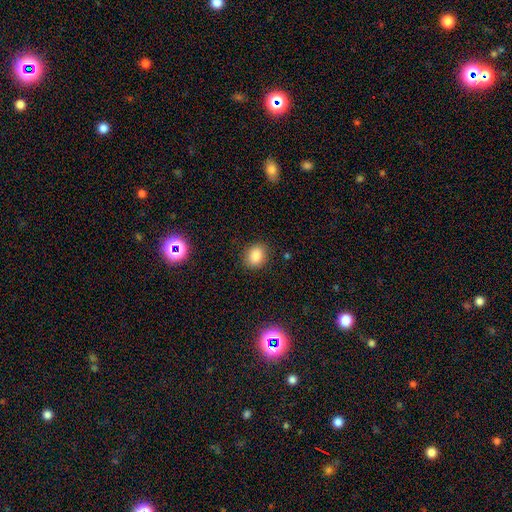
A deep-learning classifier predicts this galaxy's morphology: Smooth or featured? smooth (85%)
How rounded? round (53%)
Merging? none (87%)